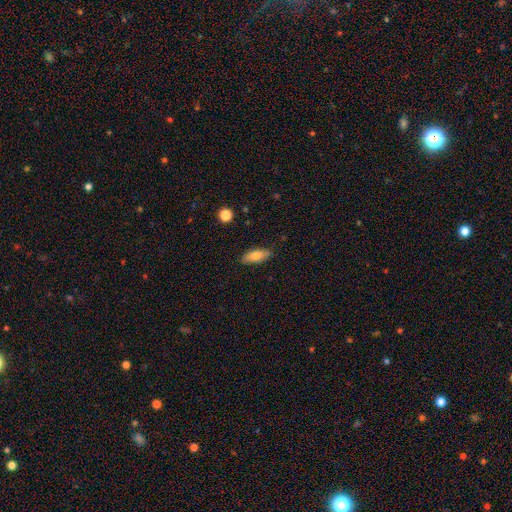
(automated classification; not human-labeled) smooth_or_featured: smooth (p=0.77) [alt: featured or disk p=0.16]
how_rounded: in between (p=0.74) [alt: cigar-shaped p=0.23]
merging: none (p=0.84) [alt: minor disturbance p=0.12]